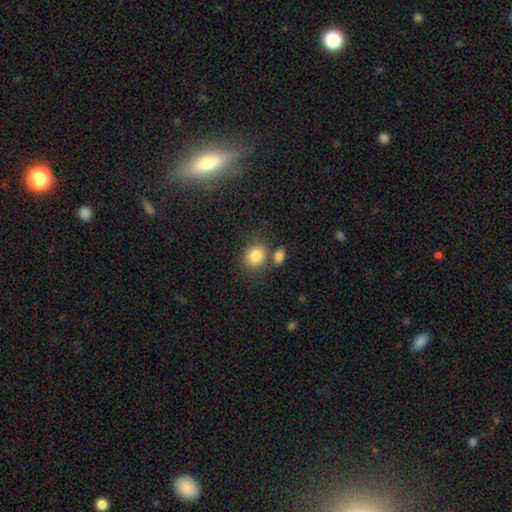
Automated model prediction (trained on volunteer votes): A smooth galaxy with no disk features (84%) that is round (57%). Merging: none (63%).